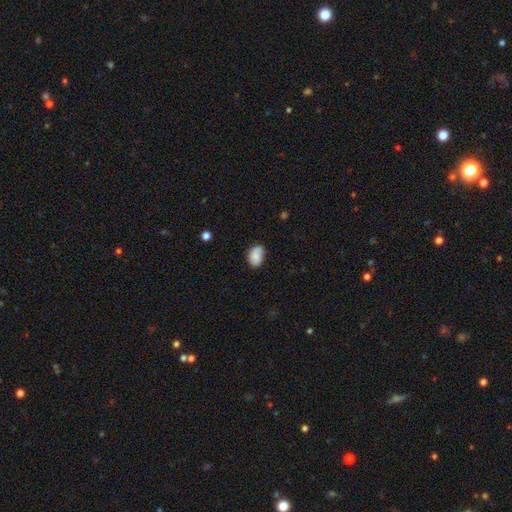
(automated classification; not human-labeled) smooth_or_featured: smooth (p=0.73) [alt: featured or disk p=0.18]
how_rounded: in between (p=0.80) [alt: round p=0.19]
merging: none (p=0.64) [alt: minor disturbance p=0.26]